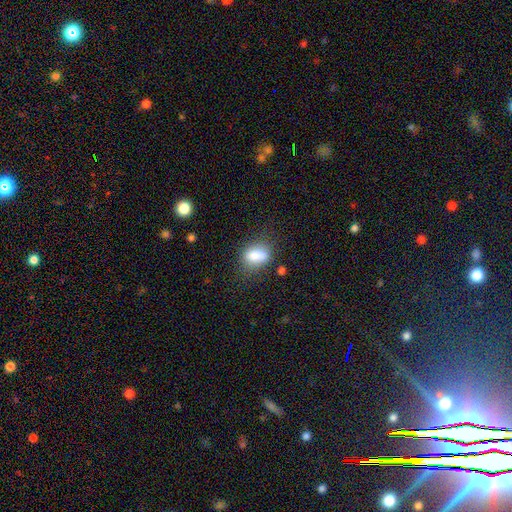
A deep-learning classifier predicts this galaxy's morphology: Smooth or featured?
  - smooth: 79% *
  - featured or disk: 12%
  - star or artifact: 9%
How rounded?
  - in between: 78% *
  - round: 16%
  - cigar-shaped: 7%
Merging?
  - none: 63% *
  - minor disturbance: 23%
  - major disturbance: 9%
  - merger: 5%